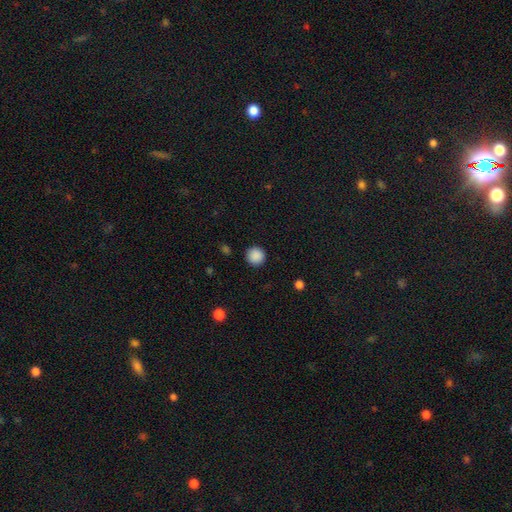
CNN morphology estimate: Q: Smooth or featured?
A: smooth (89%); runner-up: star or artifact (9%)
Q: How rounded?
A: round (96%); runner-up: in between (3%)
Q: Merging?
A: none (92%); runner-up: minor disturbance (5%)